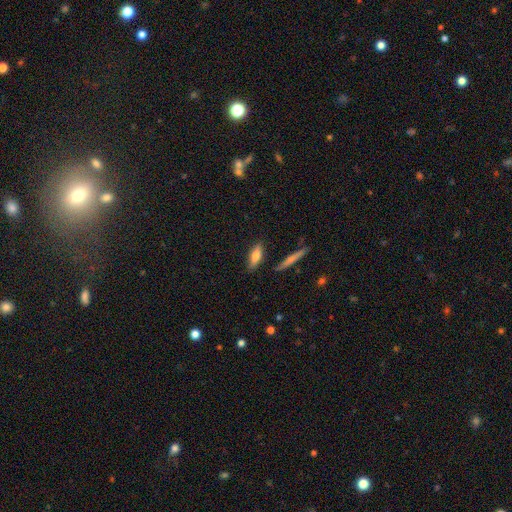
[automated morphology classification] smooth_or_featured: smooth (p=0.71) [alt: featured or disk p=0.22]
how_rounded: in between (p=0.54) [alt: cigar-shaped p=0.44]
merging: none (p=0.81) [alt: minor disturbance p=0.12]